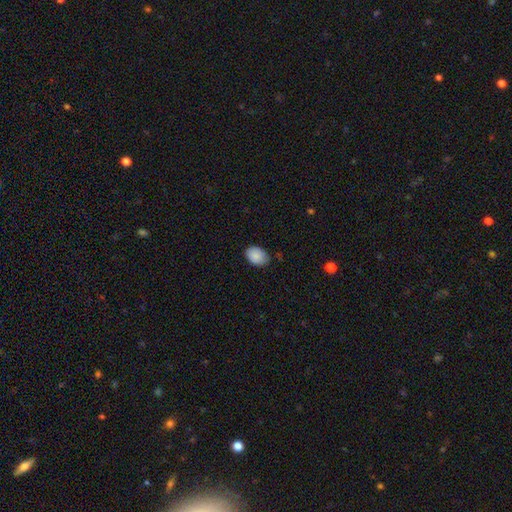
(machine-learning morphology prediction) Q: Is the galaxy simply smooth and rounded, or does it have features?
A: smooth — 88%.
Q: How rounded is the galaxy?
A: in between — 76%.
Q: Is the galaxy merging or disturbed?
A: none — 72%.